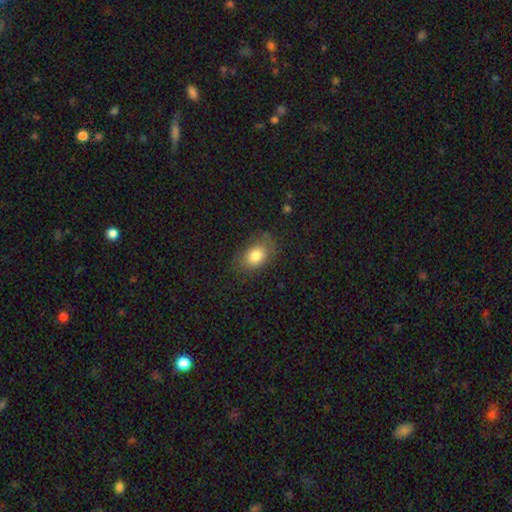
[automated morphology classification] smooth 80%, featured or disk 11%, star or artifact 9%. Down the decision tree: how rounded — in between (79%); merging — none (71%).